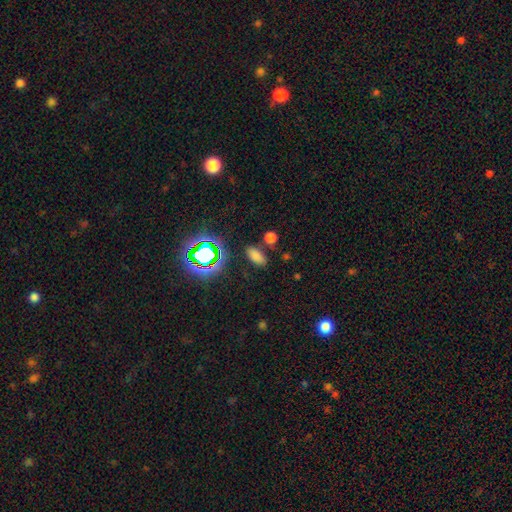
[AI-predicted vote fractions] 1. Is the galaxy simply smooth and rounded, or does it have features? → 73% smooth, 21% star or artifact, 6% featured or disk.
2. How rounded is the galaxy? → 89% in between, 6% round, 4% cigar-shaped.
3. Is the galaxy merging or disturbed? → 80% none, 11% minor disturbance, 6% merger, 3% major disturbance.